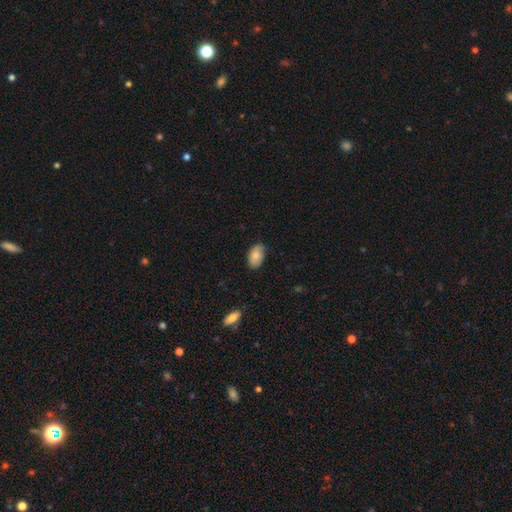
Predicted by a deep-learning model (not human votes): A smooth galaxy with no disk features (79%) that is in between round and cigar-shaped (92%). Merging: none (73%).